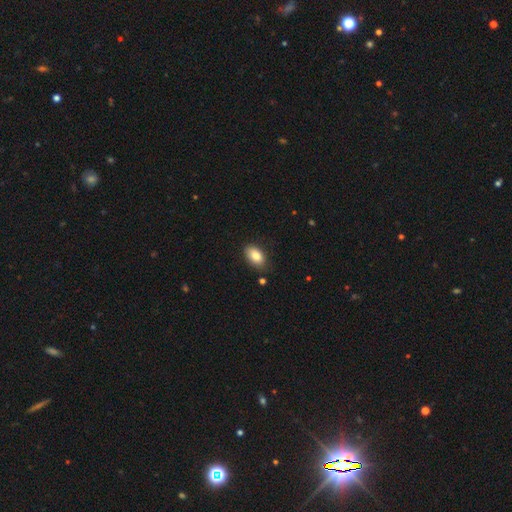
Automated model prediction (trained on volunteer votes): Morphology: type=smooth (84%); roundness=in between (92%); merging=none (82%).